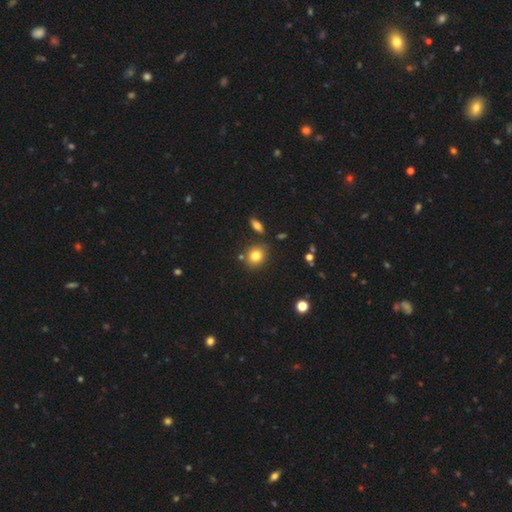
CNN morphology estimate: Smooth or featured? smooth (79%)
How rounded? round (73%)
Merging? none (78%)